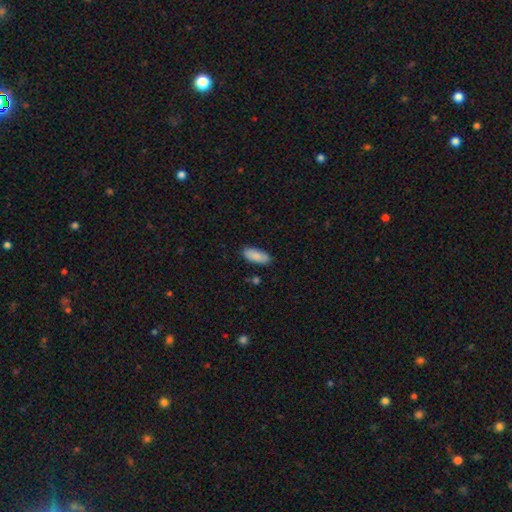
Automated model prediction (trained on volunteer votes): smooth_or_featured: smooth (p=0.88) [alt: star or artifact p=0.06]
how_rounded: in between (p=0.82) [alt: cigar-shaped p=0.16]
merging: none (p=0.85) [alt: minor disturbance p=0.11]